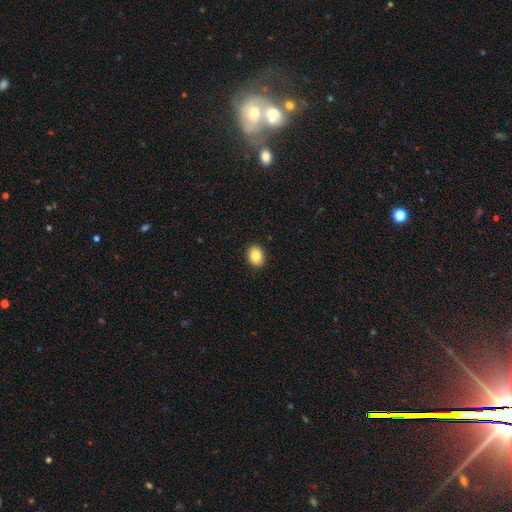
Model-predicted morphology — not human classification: A smooth galaxy with no disk features (84%) that is in between round and cigar-shaped (53%).

Vote fractions:
- Smooth or featured? smooth: 84% / star or artifact: 9% / featured or disk: 7%
- How rounded? in between: 53% / round: 46% / cigar-shaped: 1%
- Merging? none: 91% / minor disturbance: 6% / major disturbance: 2% / merger: 1%